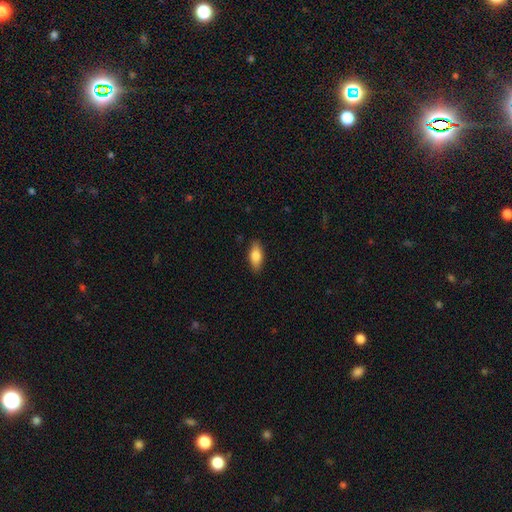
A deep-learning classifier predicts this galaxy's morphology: A smooth galaxy with no disk features (81%) that is in between round and cigar-shaped (82%).

Vote fractions:
- Smooth or featured? smooth: 81% / featured or disk: 13% / star or artifact: 6%
- How rounded? in between: 82% / cigar-shaped: 15% / round: 3%
- Merging? none: 87% / minor disturbance: 10% / major disturbance: 2% / merger: 1%